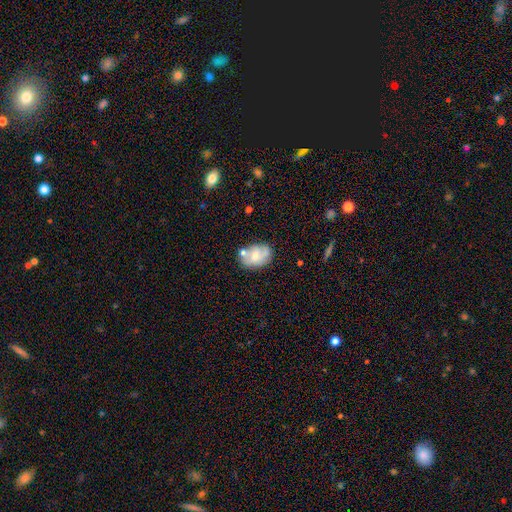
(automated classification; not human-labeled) smooth_or_featured: smooth (p=0.54) [alt: featured or disk p=0.38]
how_rounded: in between (p=0.77) [alt: round p=0.22]
merging: none (p=0.53) [alt: minor disturbance p=0.24]